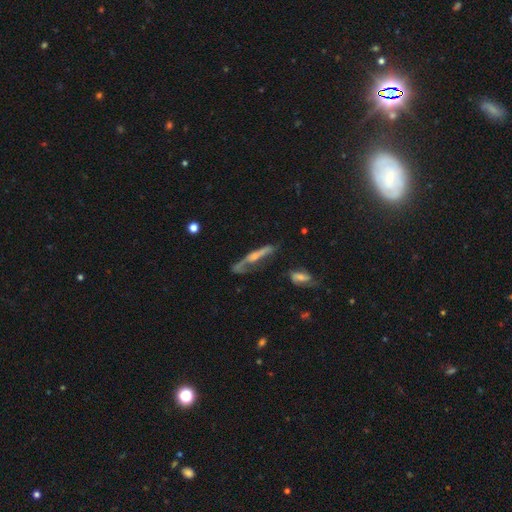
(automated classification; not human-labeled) This appears to be a featured or disk galaxy (65%) viewed edge-on (68%). Merging: none (42%).